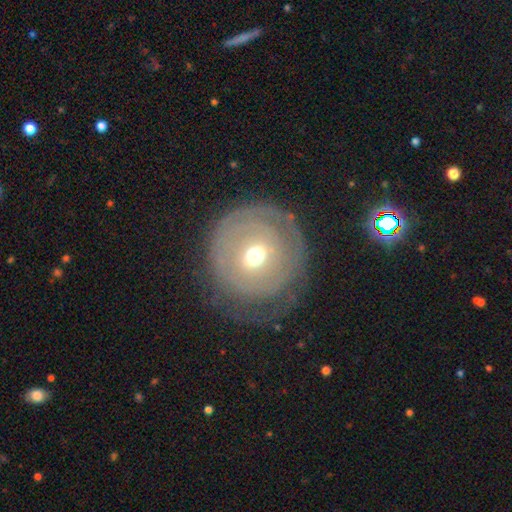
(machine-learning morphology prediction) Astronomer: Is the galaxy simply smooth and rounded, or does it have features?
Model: featured or disk — 64%.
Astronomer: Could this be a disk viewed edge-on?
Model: no — 95%.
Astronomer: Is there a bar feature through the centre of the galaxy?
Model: no — 60%.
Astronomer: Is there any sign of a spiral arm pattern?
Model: yes — 58% (runner-up: no, 42%).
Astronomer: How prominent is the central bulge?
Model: moderate — 68%.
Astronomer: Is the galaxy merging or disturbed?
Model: none — 63%.